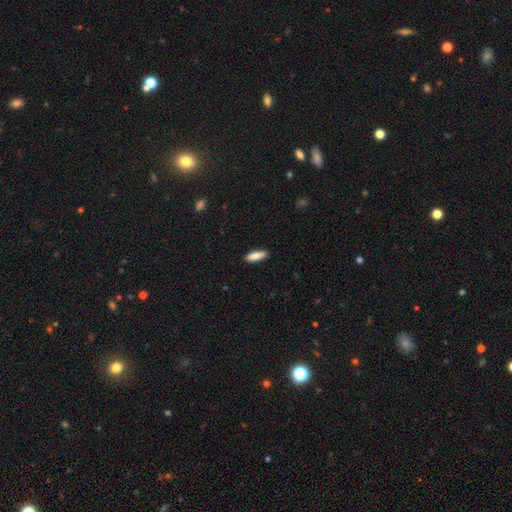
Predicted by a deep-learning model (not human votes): This is clearly a smooth galaxy (81%). How rounded: possibly in between (51%). Merging: clearly none (89%).